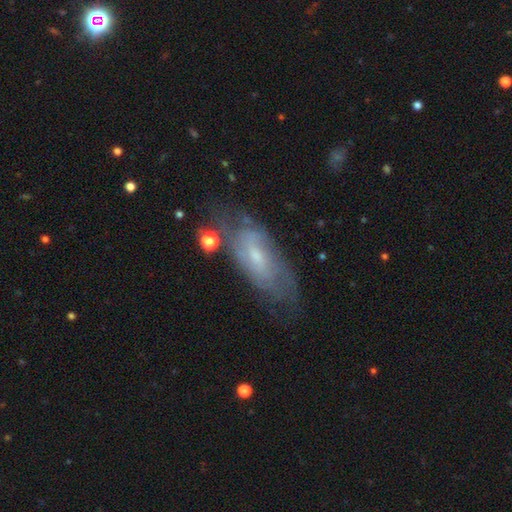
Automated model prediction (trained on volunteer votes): Smooth or featured? featured or disk (58%)
Edge-on disk? no (85%)
Merging? none (58%)